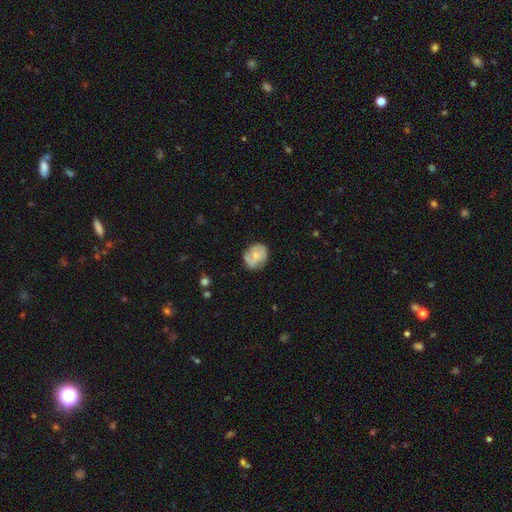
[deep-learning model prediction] Smooth or featured: smooth — 54% (featured or disk — 38%)
How rounded: round — 55% (in between — 44%)
Merging: none — 57% (minor disturbance — 29%)